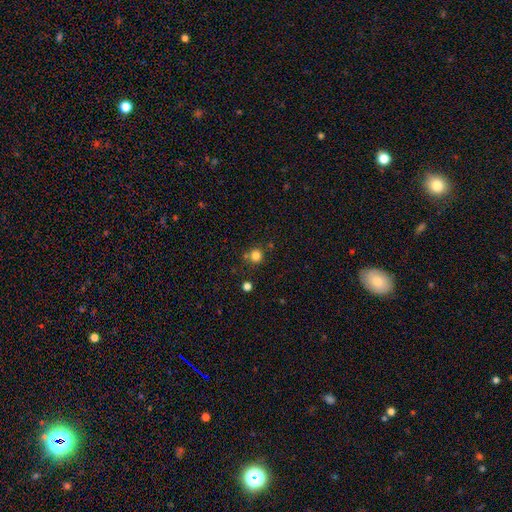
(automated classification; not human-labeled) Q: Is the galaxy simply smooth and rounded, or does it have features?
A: smooth — 81%.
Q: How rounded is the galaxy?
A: round — 93%.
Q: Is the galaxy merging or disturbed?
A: none — 75%.